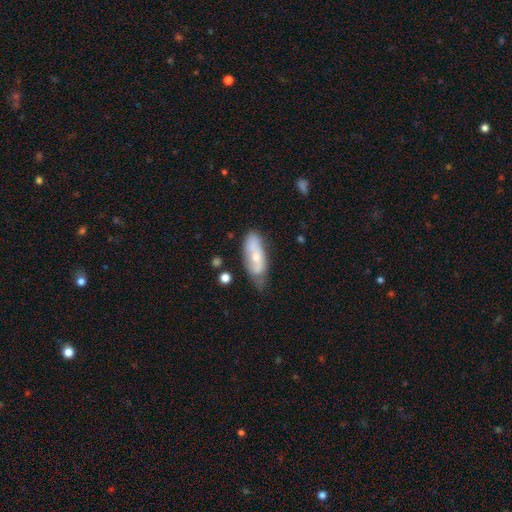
Morphology: type=featured or disk (50%); edge-on=no (68%); bar=no (69%); spiral arms=no (62%); bulge=moderate (46%, tied with small); merging=none (47%).